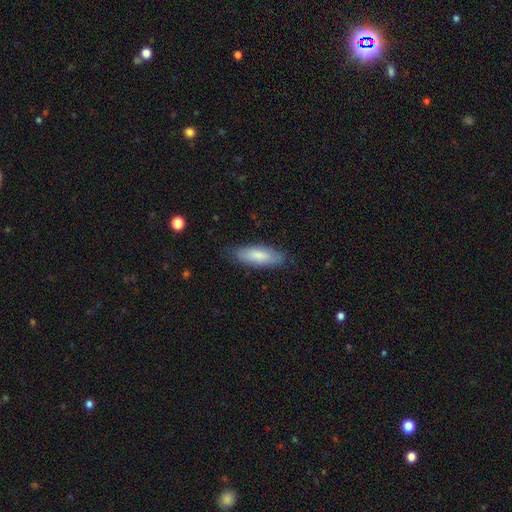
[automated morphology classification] A smooth galaxy with no disk features (79%) that is in between round and cigar-shaped (56%). Merging: none (82%).